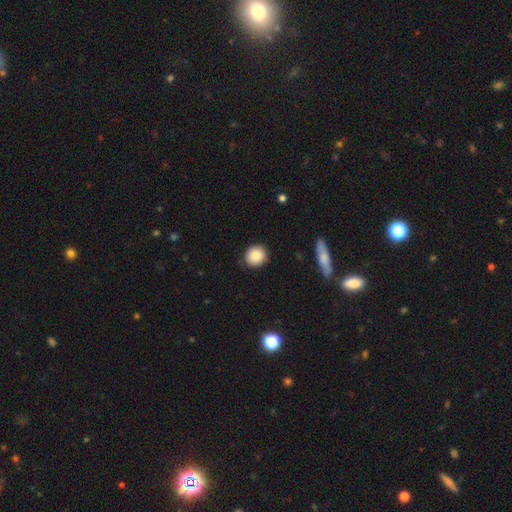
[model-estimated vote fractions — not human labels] Overall: smooth (88%). How rounded: round (79%). Merging: none (86%).